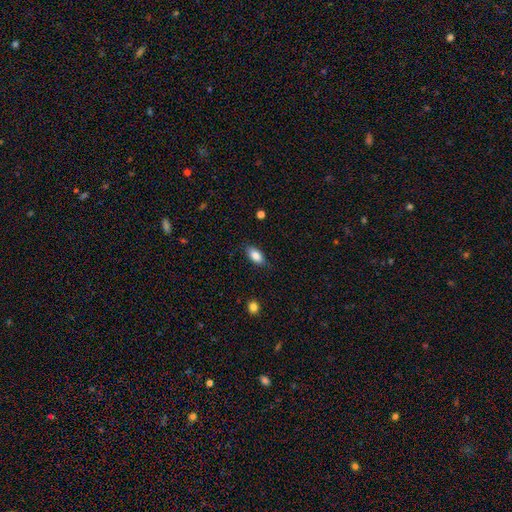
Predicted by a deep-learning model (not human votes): smooth-or-featured: smooth: 84% | featured or disk: 8% | star or artifact: 7%
  how-rounded: in between: 89% | cigar-shaped: 7% | round: 4%
  merging: none: 82% | minor disturbance: 14% | major disturbance: 3% | merger: 1%